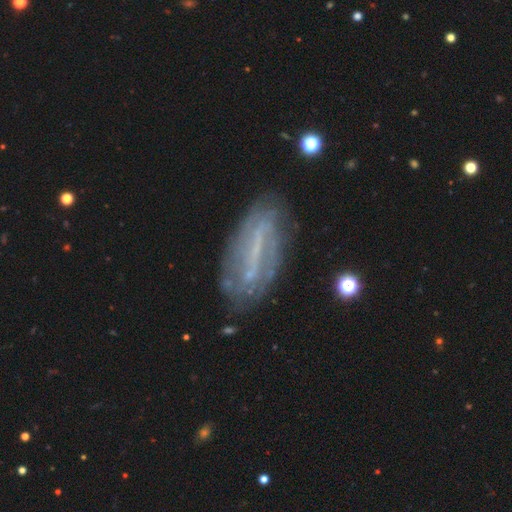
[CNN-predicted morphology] This appears to be a featured or disk galaxy (70%) with a strong bar (61%), spiral arms (62%) and no central bulge (54%). Merging: none (71%).